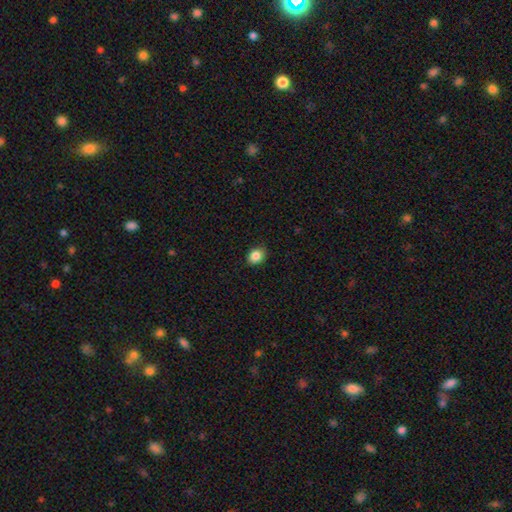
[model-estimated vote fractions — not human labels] This appears to be a smooth galaxy with no disk features (85%) that is in between round and cigar-shaped (50%). Merging: none (85%).